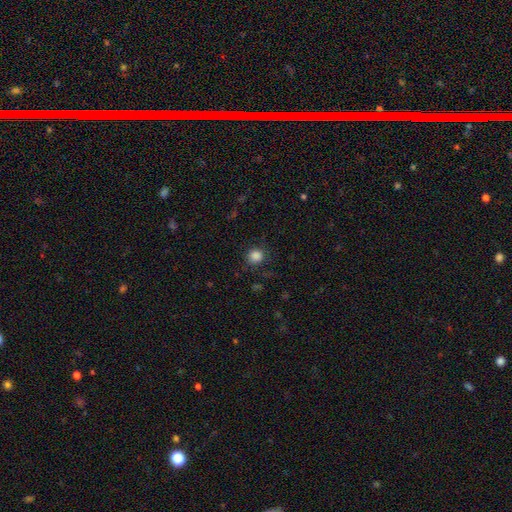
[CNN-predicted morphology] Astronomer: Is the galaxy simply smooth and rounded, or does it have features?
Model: smooth — 85%.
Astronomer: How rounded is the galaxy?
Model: round — 90%.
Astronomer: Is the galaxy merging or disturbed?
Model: none — 84%.